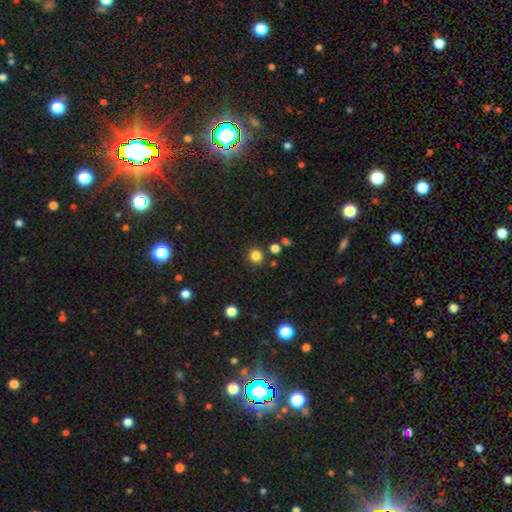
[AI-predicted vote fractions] A smooth galaxy with no disk features (82%) that is round (91%). Merging: none (87%).